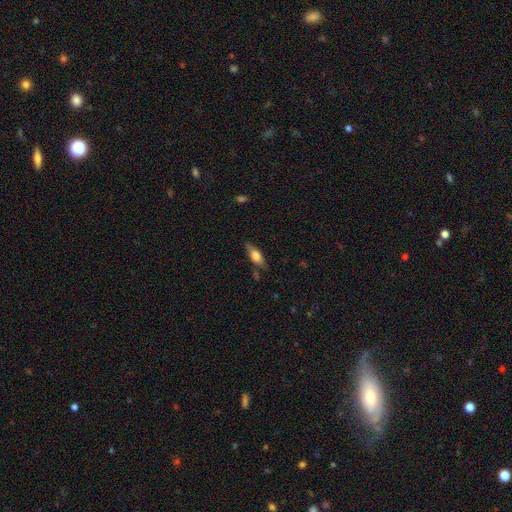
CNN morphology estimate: smooth 59%, featured or disk 34%, star or artifact 7%. Down the decision tree: how rounded — in between (63%); merging — none (76%).